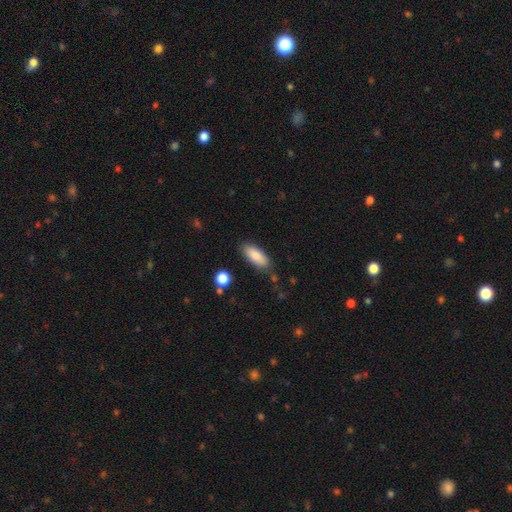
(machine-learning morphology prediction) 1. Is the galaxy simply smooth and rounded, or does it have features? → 85% smooth, 9% featured or disk, 6% star or artifact.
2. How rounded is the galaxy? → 78% in between, 20% cigar-shaped, 2% round.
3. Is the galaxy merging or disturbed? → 80% none, 14% minor disturbance, 3% major disturbance, 3% merger.